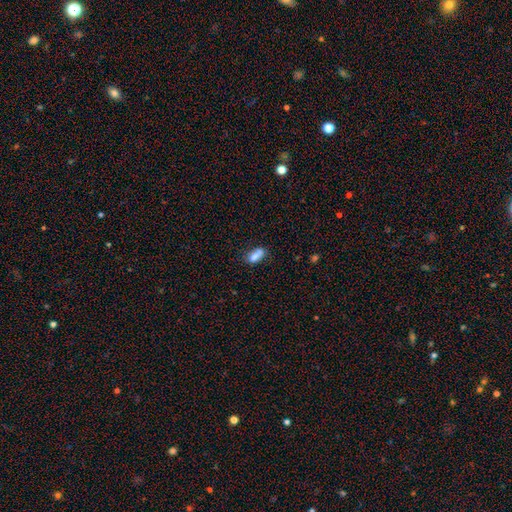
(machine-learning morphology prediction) smooth_or_featured: smooth (p=0.79) [alt: featured or disk p=0.12]
how_rounded: in between (p=0.81) [alt: cigar-shaped p=0.12]
merging: none (p=0.49) [alt: minor disturbance p=0.23]